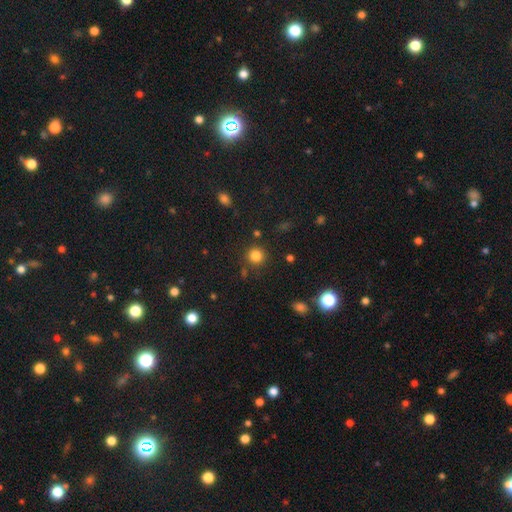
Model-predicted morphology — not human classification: smooth 82%, star or artifact 13%, featured or disk 5%. Down the decision tree: how rounded — round (93%); merging — none (85%).